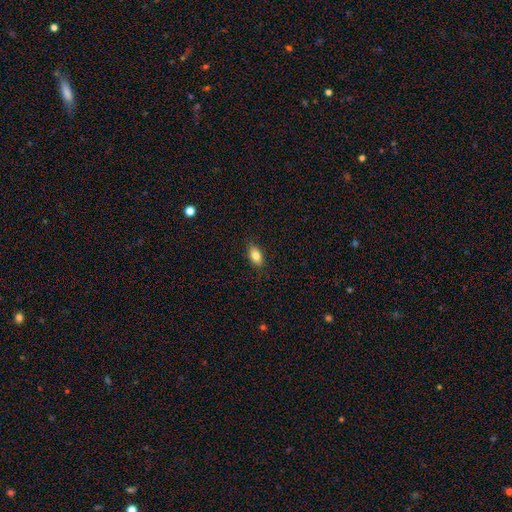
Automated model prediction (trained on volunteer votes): smooth_or_featured: smooth (p=0.82) [alt: featured or disk p=0.10]
how_rounded: in between (p=0.89) [alt: cigar-shaped p=0.06]
merging: none (p=0.87) [alt: minor disturbance p=0.10]